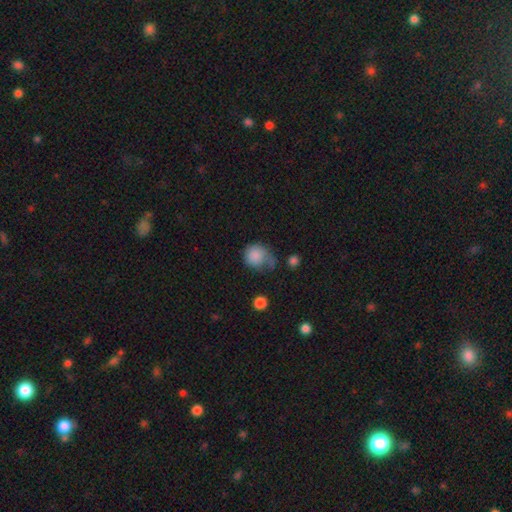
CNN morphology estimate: The model was most divided on "merging": none: 34%, minor disturbance: 32%, major disturbance: 28%, merger: 6%. More confident: smooth or featured — smooth (82%); how rounded — round (77%).